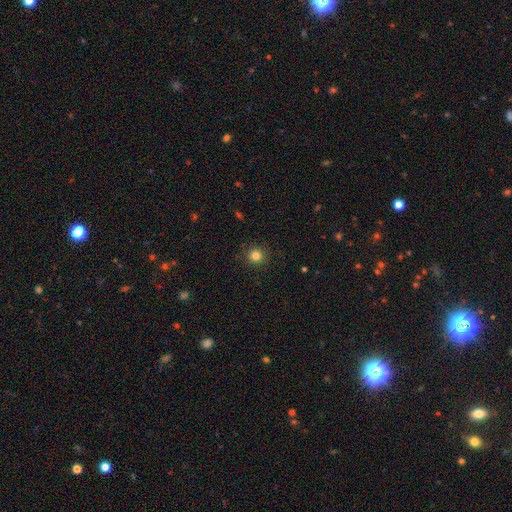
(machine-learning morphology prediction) smooth 82%, star or artifact 13%, featured or disk 5%. Down the decision tree: how rounded — round (94%); merging — none (90%).